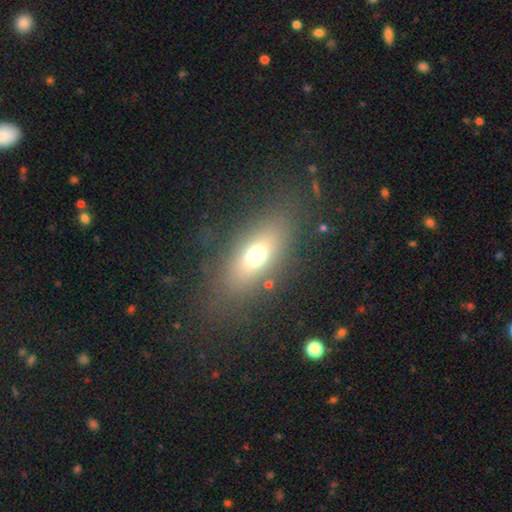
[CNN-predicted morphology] Q: Smooth or featured?
A: smooth (64%); runner-up: featured or disk (22%)
Q: How rounded?
A: in between (73%); runner-up: round (14%)
Q: Merging?
A: none (77%); runner-up: minor disturbance (12%)